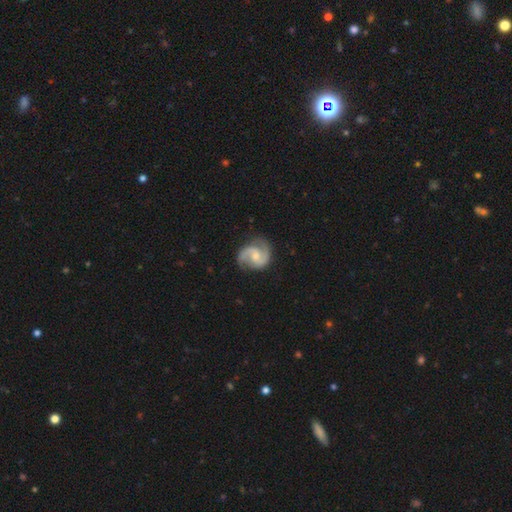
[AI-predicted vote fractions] The model was most divided on "bulge size" (2-way tie): moderate: 45%, small: 45%, none: 6%, large: 2%, dominant: 1%. Remaining: edge-on disk — no (98%); spiral arms — yes (98%); spiral arm count — 2 (93%); smooth or featured — featured or disk (90%); merging — none (81%); spiral winding — medium (59%); bar — no (47%).